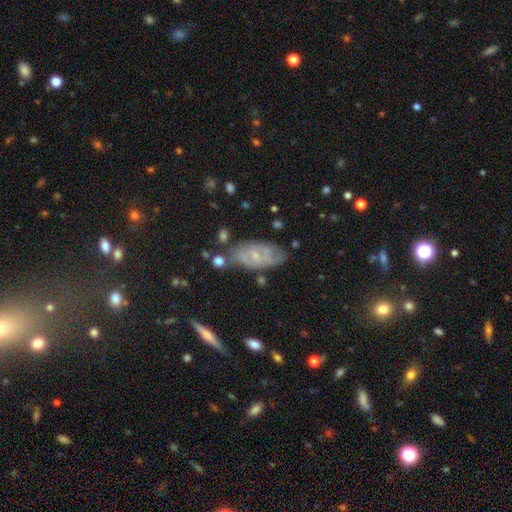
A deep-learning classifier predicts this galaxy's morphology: Smooth or featured? Predicted: featured or disk (p=0.66). Edge-on disk? Predicted: no (p=0.89). Bar? Predicted: no (p=0.55). Spiral arms? Predicted: yes (p=0.81). Bulge size? Predicted: small (p=0.68). Merging? Predicted: none (p=0.64).